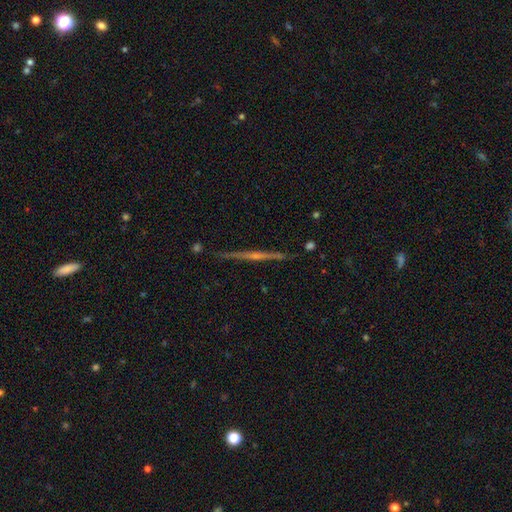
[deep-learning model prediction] Smooth or featured: featured or disk — 81% (smooth — 12%)
Edge-on disk: yes — 98% (no — 2%)
Edge-on bulge: rounded — 70% (none — 22%)
Merging: none — 90% (minor disturbance — 7%)